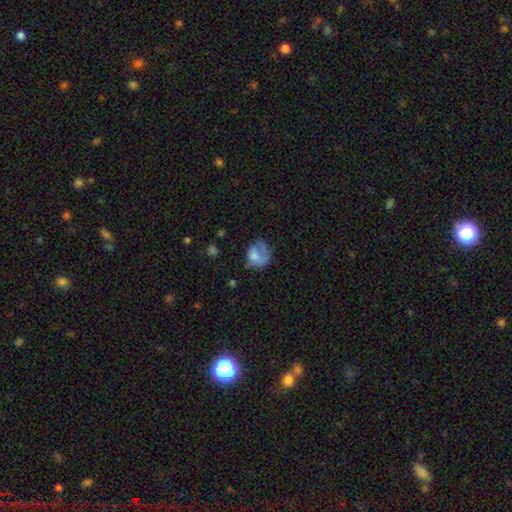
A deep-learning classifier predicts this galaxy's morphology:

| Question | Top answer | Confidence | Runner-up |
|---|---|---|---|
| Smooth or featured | smooth | 64% | featured or disk (27%) |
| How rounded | round | 58% | in between (41%) |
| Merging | none | 35% | major disturbance (33%) |